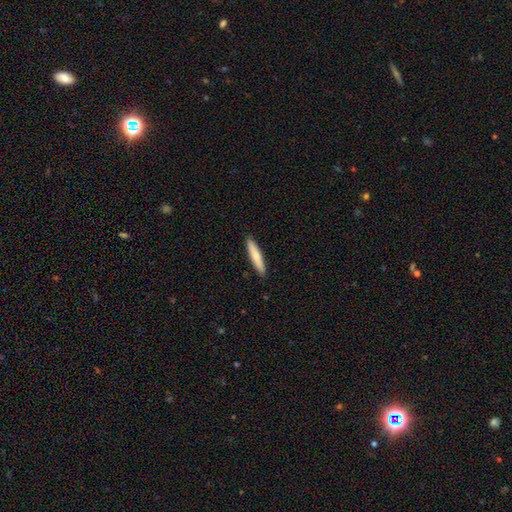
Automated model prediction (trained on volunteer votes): Morphology: type=smooth (72%); roundness=cigar-shaped (91%); merging=none (91%).